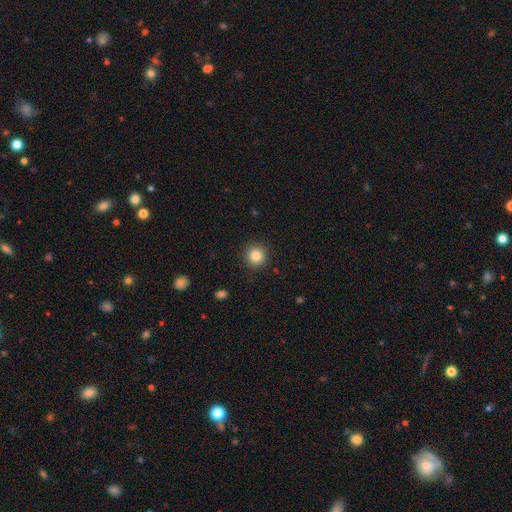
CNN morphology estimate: smooth-or-featured: smooth: 84% | star or artifact: 10% | featured or disk: 5%
  how-rounded: round: 93% | in between: 6% | cigar-shaped: 1%
  merging: none: 90% | minor disturbance: 7% | major disturbance: 2% | merger: 1%